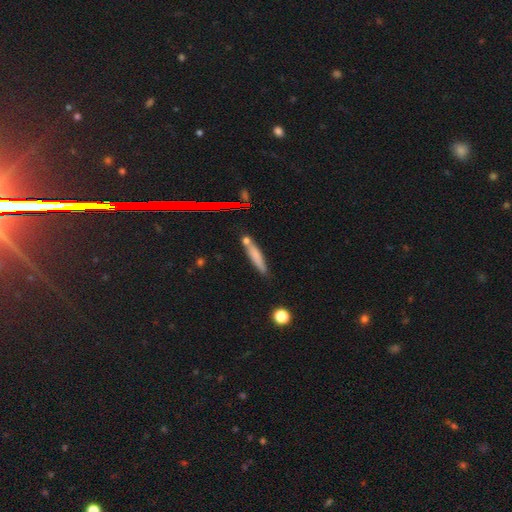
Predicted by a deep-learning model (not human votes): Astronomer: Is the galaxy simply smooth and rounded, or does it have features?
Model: smooth — 69%.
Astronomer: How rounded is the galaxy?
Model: cigar-shaped — 86%.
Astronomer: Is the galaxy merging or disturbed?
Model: none — 67%.